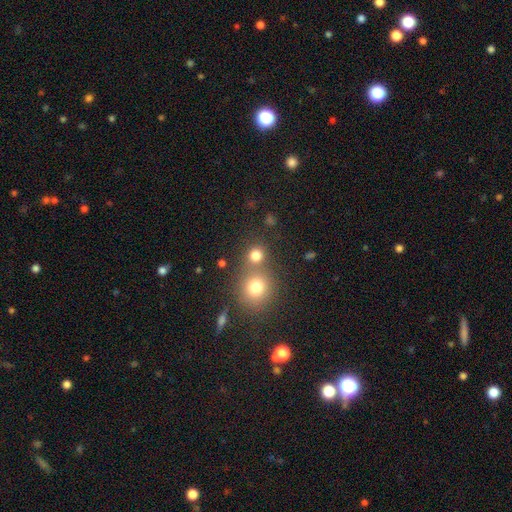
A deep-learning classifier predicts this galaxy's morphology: Overall: smooth (78%). How rounded: round (86%). Merging: none (56%; merger 34%).